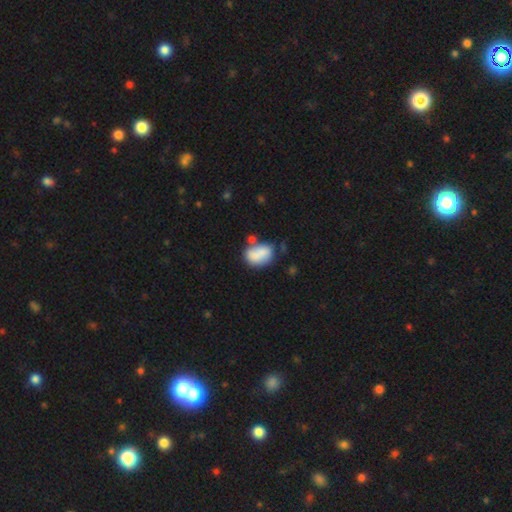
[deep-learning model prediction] This is likely a smooth galaxy (75%). How rounded: likely in between (78%). Merging: marginally none (45%).